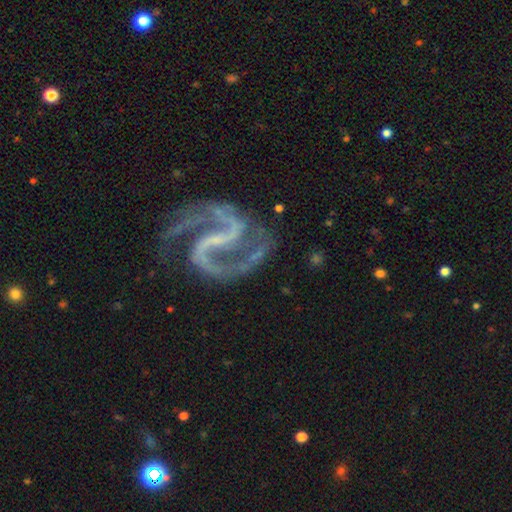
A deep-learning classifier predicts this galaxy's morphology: featured or disk 94%, star or artifact 4%, smooth 2%. Down the decision tree: edge-on disk — no (98%); bar — weak (41%, tied with strong); spiral arms — yes (99%); spiral arm count — 2 (91%); spiral winding — medium (62%); bulge size — small (53%); merging — none (68%).